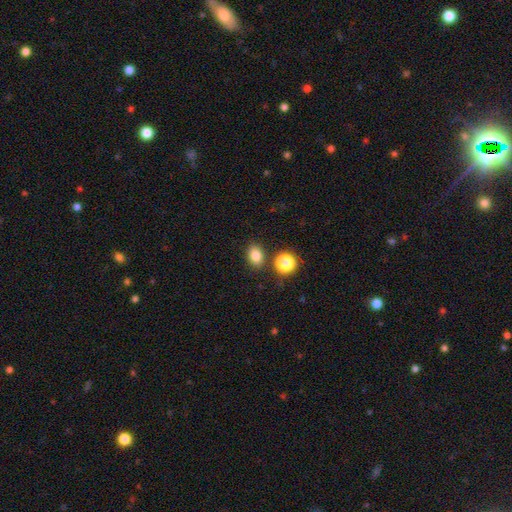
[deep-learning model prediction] Smooth or featured?
  - smooth: 82% *
  - star or artifact: 12%
  - featured or disk: 5%
How rounded?
  - in between: 66% *
  - round: 33%
  - cigar-shaped: 1%
Merging?
  - none: 80% *
  - minor disturbance: 9%
  - merger: 8%
  - major disturbance: 3%